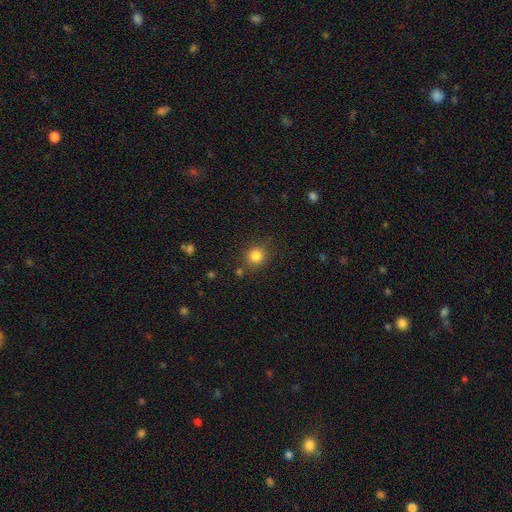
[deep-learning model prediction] smooth_or_featured: smooth (p=0.83) [alt: star or artifact p=0.12]
how_rounded: round (p=0.87) [alt: in between p=0.12]
merging: none (p=0.82) [alt: minor disturbance p=0.10]